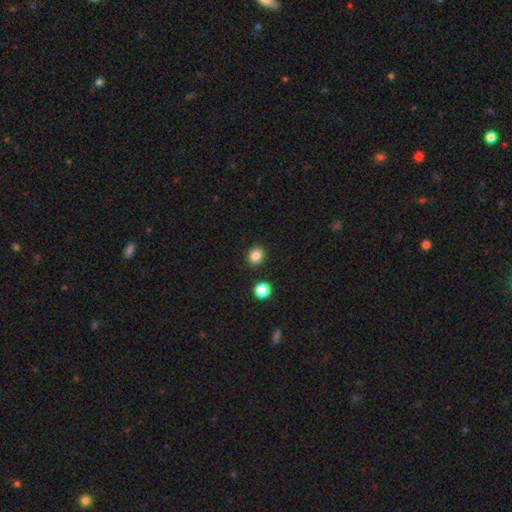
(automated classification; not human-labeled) This is clearly a smooth galaxy (84%). How rounded: likely round (70%). Merging: clearly none (89%).